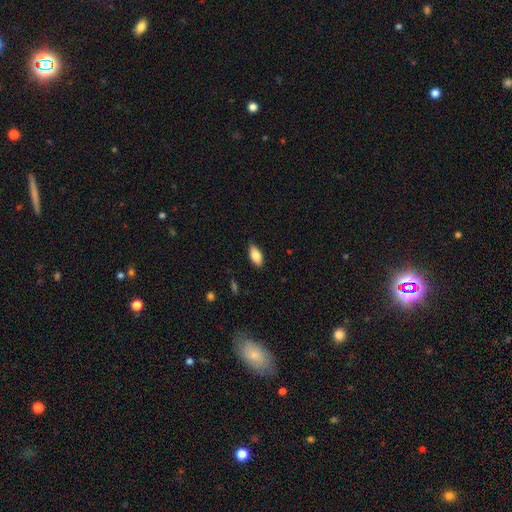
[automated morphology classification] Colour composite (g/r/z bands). It shows a smooth galaxy with no disk features (81%) that is in between round and cigar-shaped (90%). Merging: none (84%).